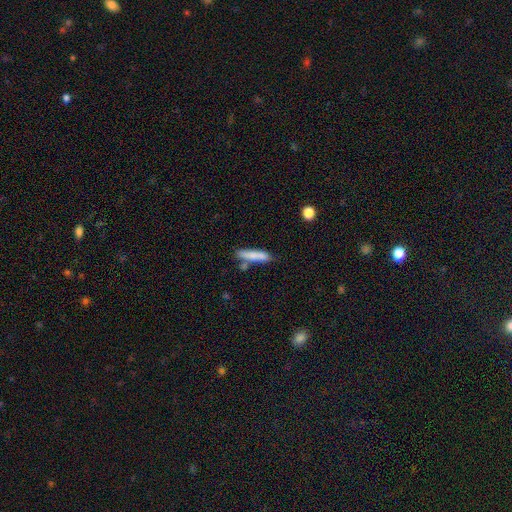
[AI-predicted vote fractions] This appears to be a smooth galaxy with no disk features (75%) that is cigar-shaped (81%). Merging: none (64%).